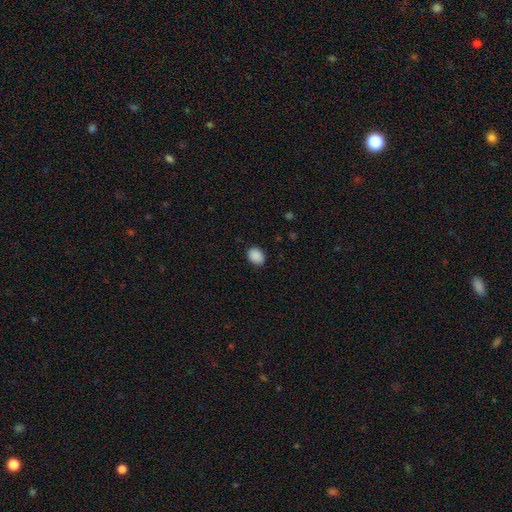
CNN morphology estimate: Overall: smooth (90%). How rounded: in between (61%; round 38%). Merging: none (86%).